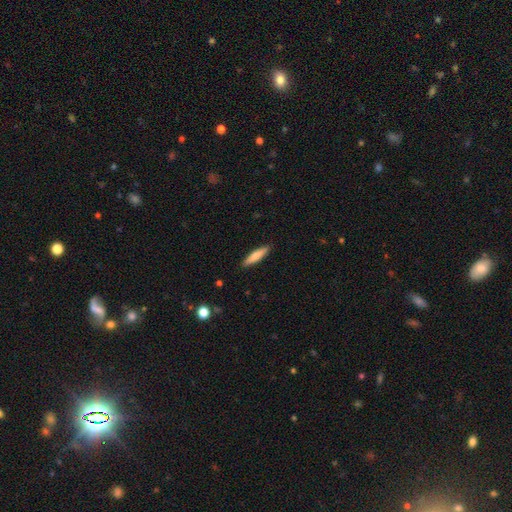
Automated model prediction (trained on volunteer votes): smooth-or-featured: smooth: 73% | featured or disk: 22% | star or artifact: 5%
  how-rounded: cigar-shaped: 82% | in between: 17% | round: 1%
  merging: none: 90% | minor disturbance: 7% | major disturbance: 1% | merger: 1%